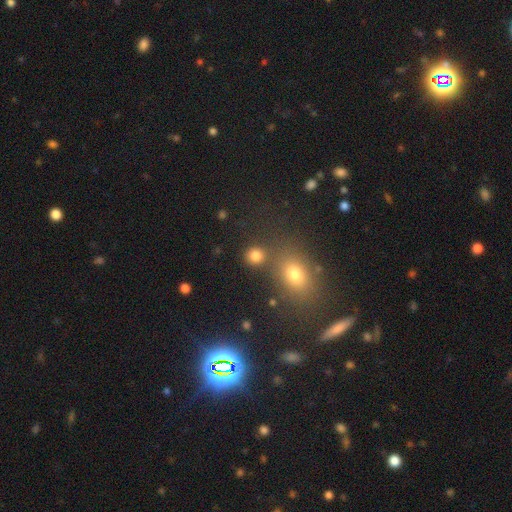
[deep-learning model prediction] smooth 81%, star or artifact 13%, featured or disk 5%. Down the decision tree: how rounded — round (84%); merging — none (76%).